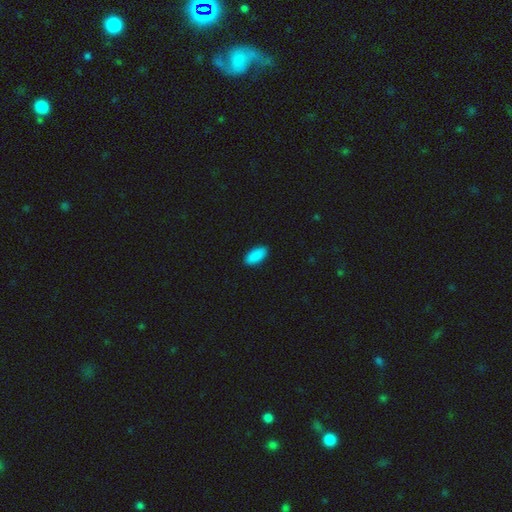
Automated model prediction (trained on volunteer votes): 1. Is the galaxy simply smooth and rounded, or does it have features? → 91% smooth, 7% star or artifact, 3% featured or disk.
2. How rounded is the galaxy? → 91% in between, 7% cigar-shaped, 2% round.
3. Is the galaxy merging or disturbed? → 91% none, 7% minor disturbance, 2% major disturbance, 1% merger.